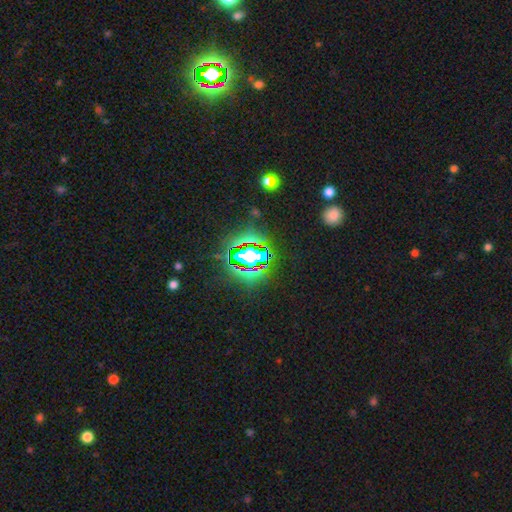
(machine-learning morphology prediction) type=star or artifact (80%).